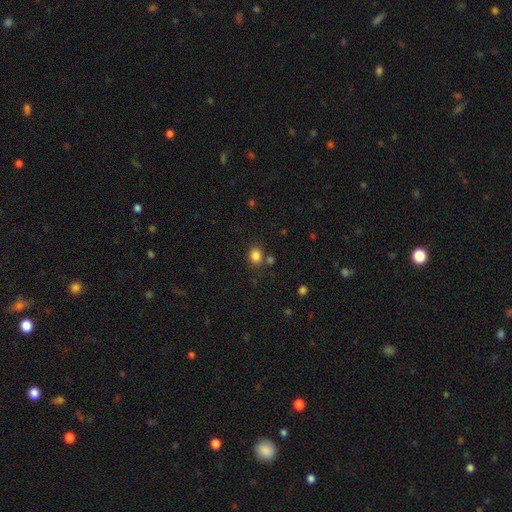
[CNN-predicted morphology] A smooth galaxy with no disk features (84%) that is round (52%). Merging: none (72%).